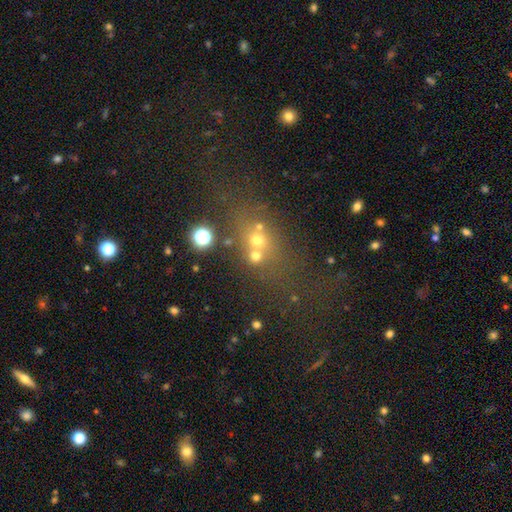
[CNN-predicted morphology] Smooth or featured? Predicted: smooth (p=0.58). How rounded? Predicted: round (p=0.75). Merging? Predicted: none (p=0.54).